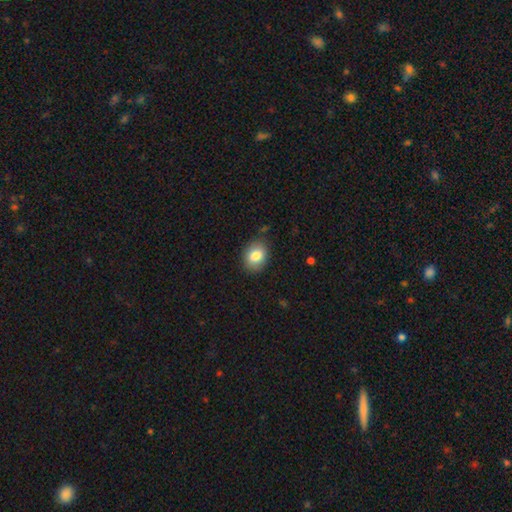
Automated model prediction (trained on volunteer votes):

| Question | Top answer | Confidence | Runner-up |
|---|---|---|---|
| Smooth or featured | smooth | 83% | featured or disk (9%) |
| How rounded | in between | 64% | round (35%) |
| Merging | none | 84% | minor disturbance (12%) |